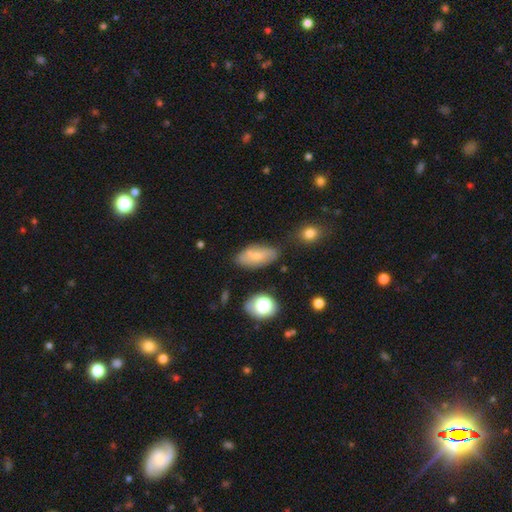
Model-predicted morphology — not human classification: Smooth or featured?
  - smooth: 68% *
  - featured or disk: 23%
  - star or artifact: 9%
How rounded?
  - in between: 89% *
  - cigar-shaped: 7%
  - round: 4%
Merging?
  - none: 66% *
  - minor disturbance: 20%
  - merger: 9%
  - major disturbance: 5%